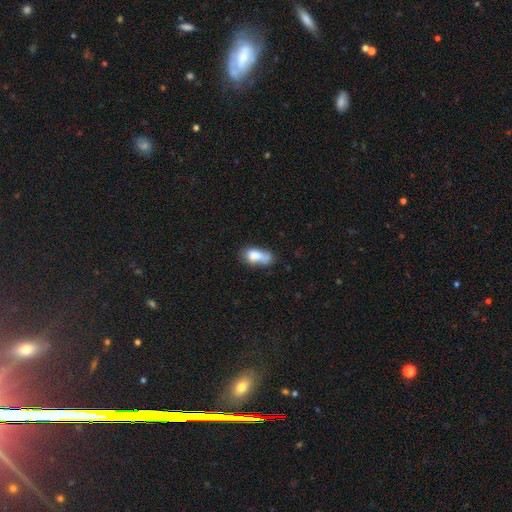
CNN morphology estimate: Smooth or featured?
  - smooth: 76% *
  - featured or disk: 15%
  - star or artifact: 9%
How rounded?
  - in between: 85% *
  - round: 7%
  - cigar-shaped: 7%
Merging?
  - none: 35% *
  - minor disturbance: 28%
  - merger: 22%
  - major disturbance: 15%